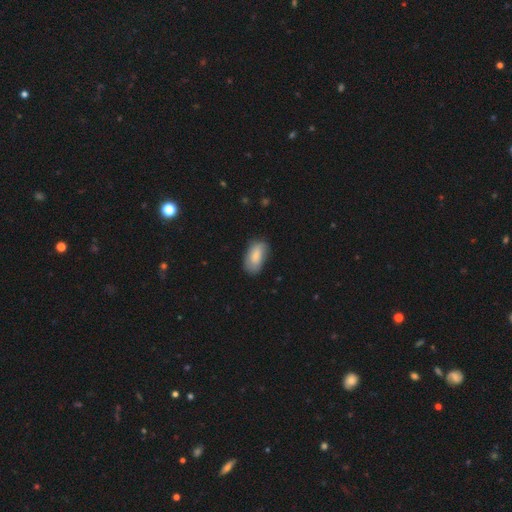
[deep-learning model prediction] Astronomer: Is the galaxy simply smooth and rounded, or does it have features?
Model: smooth — 76%.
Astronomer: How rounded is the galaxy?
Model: in between — 93%.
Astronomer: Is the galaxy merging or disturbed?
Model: none — 71%.